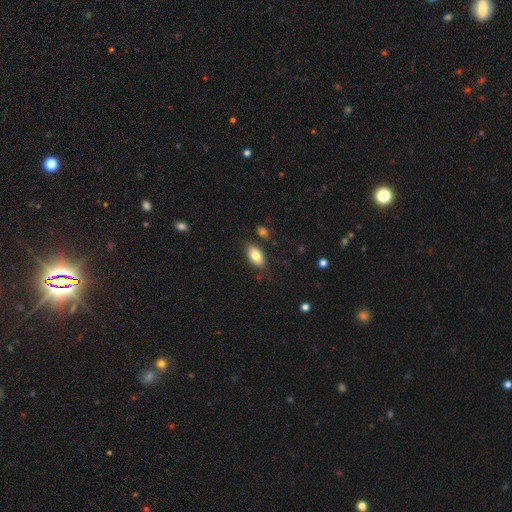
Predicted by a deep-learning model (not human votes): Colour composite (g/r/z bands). It shows a smooth galaxy with no disk features (80%) that is in between round and cigar-shaped (91%). Merging: none (80%).